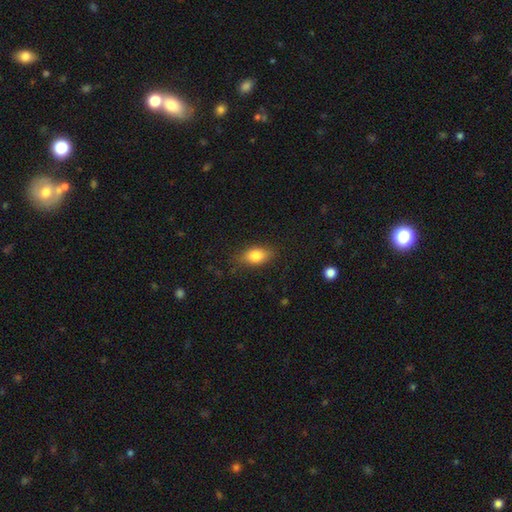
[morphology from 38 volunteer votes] This appears to be a smooth galaxy with no disk features (89%) that is in between round and cigar-shaped (100%). Merging: none (79%).